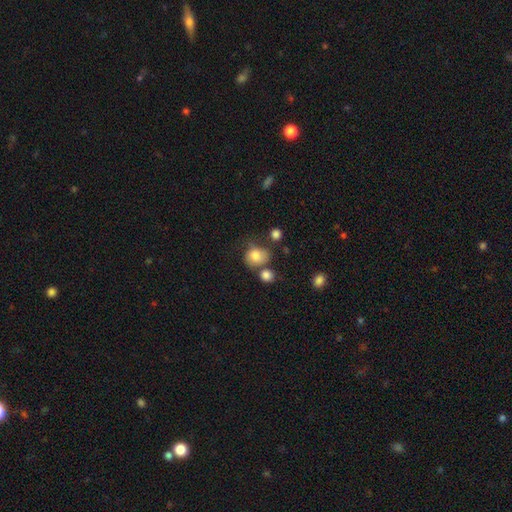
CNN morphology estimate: smooth-or-featured: smooth: 77% | featured or disk: 13% | star or artifact: 10%
  how-rounded: round: 65% | in between: 34% | cigar-shaped: 1%
  merging: none: 45% | minor disturbance: 23% | merger: 20% | major disturbance: 12%